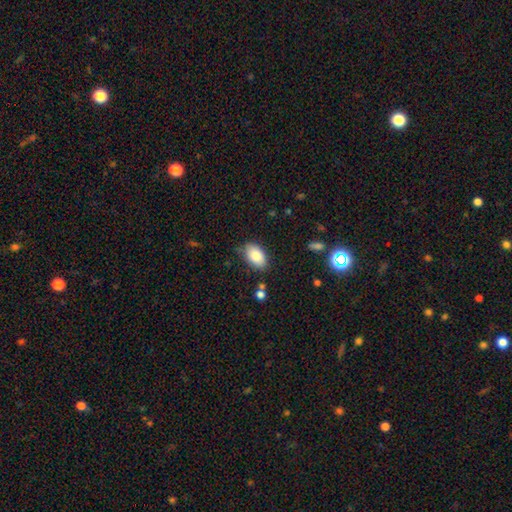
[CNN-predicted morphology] A smooth galaxy with no disk features (85%) that is in between round and cigar-shaped (92%).

Vote fractions:
- Smooth or featured? smooth: 85% / featured or disk: 8% / star or artifact: 7%
- How rounded? in between: 92% / round: 7% / cigar-shaped: 1%
- Merging? none: 78% / minor disturbance: 16% / major disturbance: 3% / merger: 2%